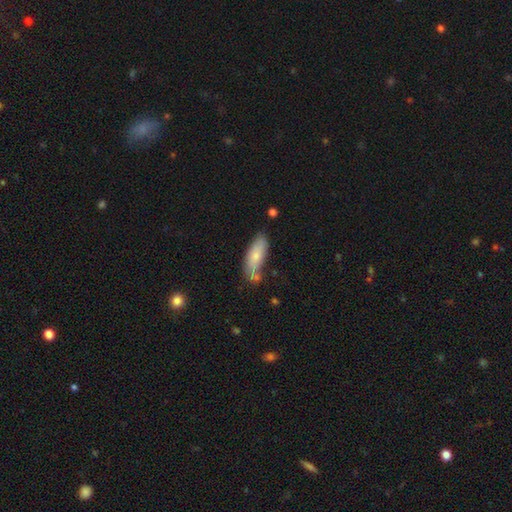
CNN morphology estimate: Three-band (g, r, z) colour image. It shows a smooth galaxy with no disk features (72%) that is in between round and cigar-shaped (69%). Merging: none (53%).